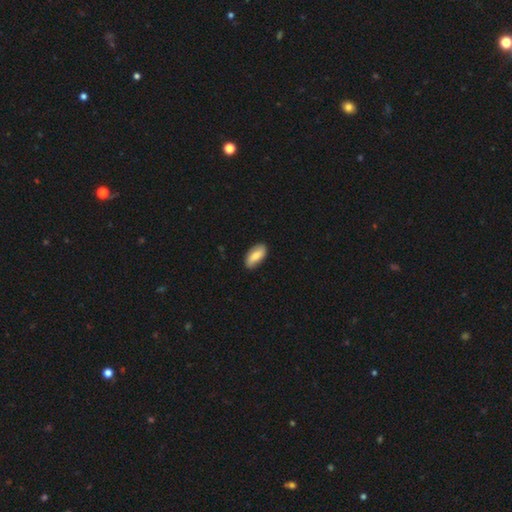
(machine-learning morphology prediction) smooth-or-featured: smooth: 72% | featured or disk: 22% | star or artifact: 6%
  how-rounded: in between: 89% | cigar-shaped: 8% | round: 3%
  merging: none: 85% | minor disturbance: 11% | major disturbance: 2% | merger: 1%